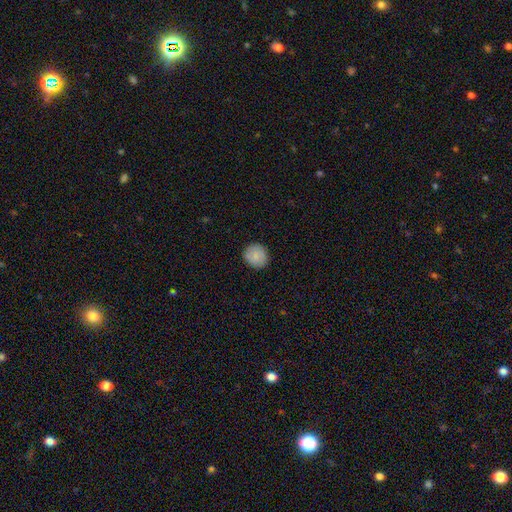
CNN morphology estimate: Smooth or featured? Predicted: smooth (p=0.82). How rounded? Predicted: round (p=0.86). Merging? Predicted: none (p=0.87).